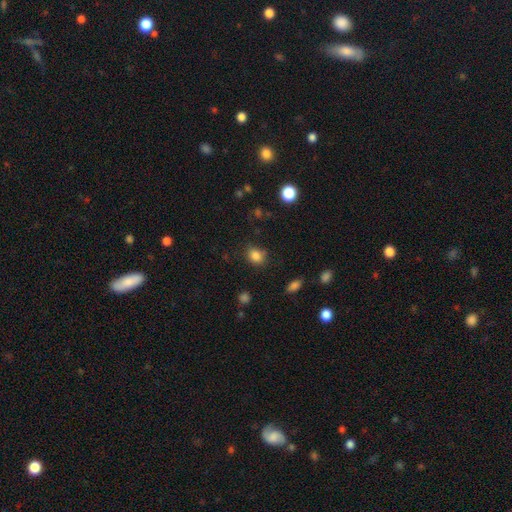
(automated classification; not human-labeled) A smooth galaxy with no disk features (84%) that is round (61%).

Vote fractions:
- Smooth or featured? smooth: 84% / star or artifact: 11% / featured or disk: 5%
- How rounded? round: 61% / in between: 38% / cigar-shaped: 1%
- Merging? none: 79% / minor disturbance: 15% / major disturbance: 4% / merger: 2%